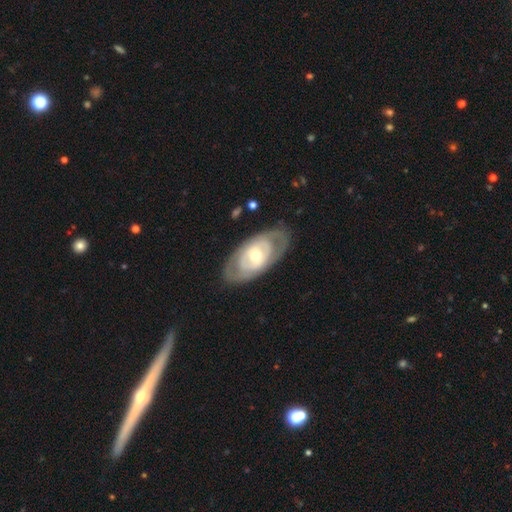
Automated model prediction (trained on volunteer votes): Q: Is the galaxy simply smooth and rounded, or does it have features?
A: featured or disk — 70%.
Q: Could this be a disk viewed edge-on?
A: no — 90%.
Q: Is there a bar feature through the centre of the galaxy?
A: no — 63%.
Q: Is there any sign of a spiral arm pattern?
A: no — 53%.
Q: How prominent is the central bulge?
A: moderate — 66%.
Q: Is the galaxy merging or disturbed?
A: none — 79%.